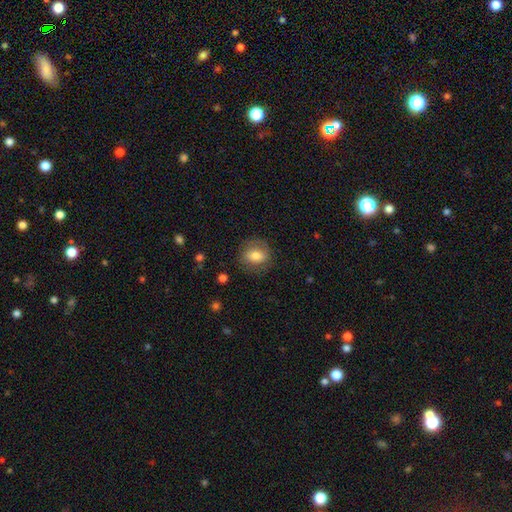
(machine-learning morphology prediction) A smooth galaxy with no disk features (71%) that is round (56%).

Vote fractions:
- Smooth or featured? smooth: 71% / featured or disk: 21% / star or artifact: 8%
- How rounded? round: 56% / in between: 43% / cigar-shaped: 1%
- Merging? none: 78% / minor disturbance: 14% / major disturbance: 7% / merger: 1%